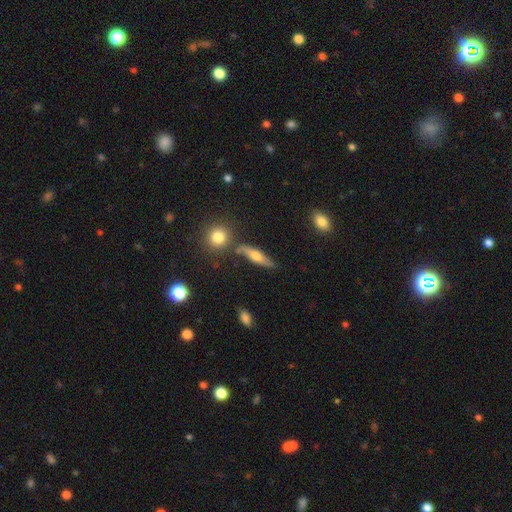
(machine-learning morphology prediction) Smooth or featured? Predicted: featured or disk (p=0.46, tied with smooth). Merging? Predicted: none (p=0.75).